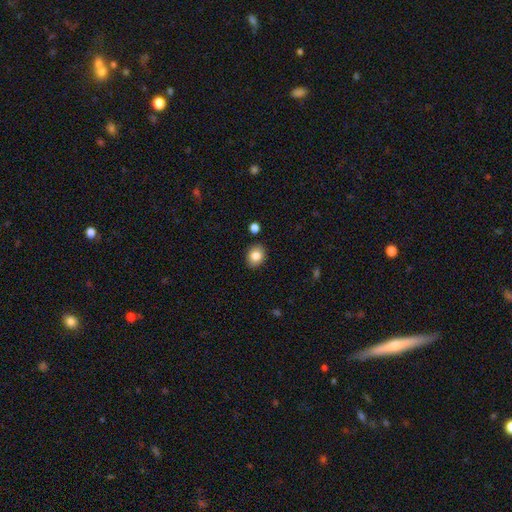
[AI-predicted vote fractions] Smooth or featured? Predicted: smooth (p=0.84). How rounded? Predicted: round (p=0.59). Merging? Predicted: none (p=0.89).